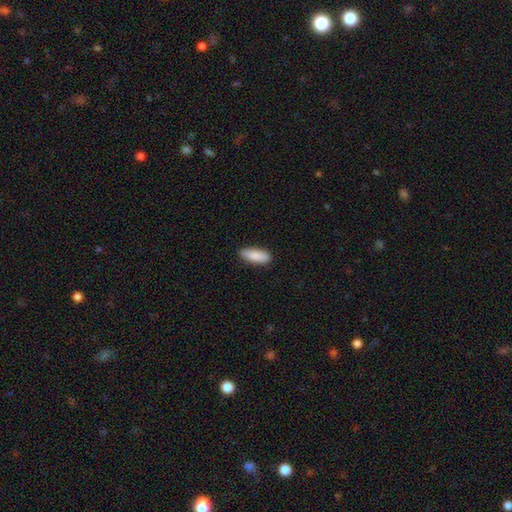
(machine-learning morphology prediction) Overall: smooth (89%). How rounded: in between (64%; cigar-shaped 34%). Merging: none (87%).